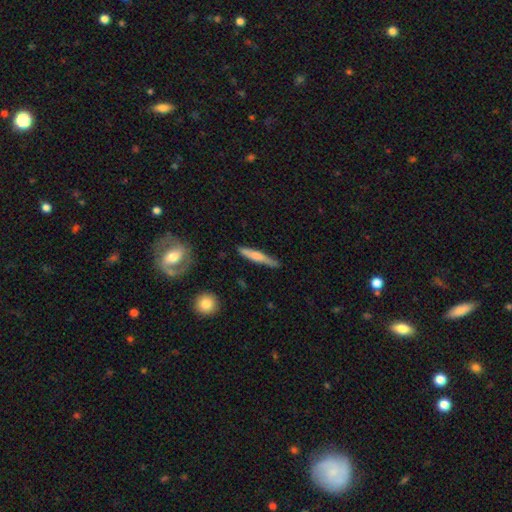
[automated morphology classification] smooth-or-featured: smooth: 60% | featured or disk: 34% | star or artifact: 6%
  how-rounded: cigar-shaped: 92% | in between: 6% | round: 2%
  merging: none: 81% | minor disturbance: 14% | major disturbance: 2% | merger: 2%